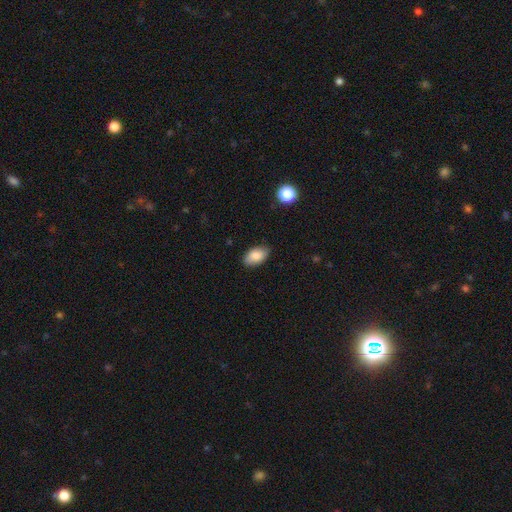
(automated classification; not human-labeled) Overall: smooth (85%). How rounded: in between (93%). Merging: none (84%).